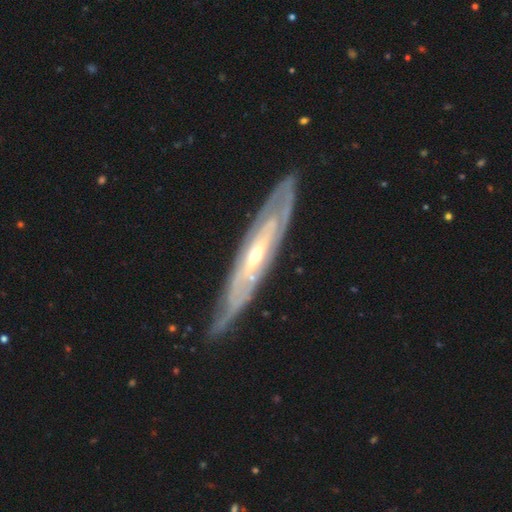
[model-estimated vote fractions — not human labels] Smooth or featured? featured or disk (83%)
Edge-on disk? no (58%)
Merging? none (73%)